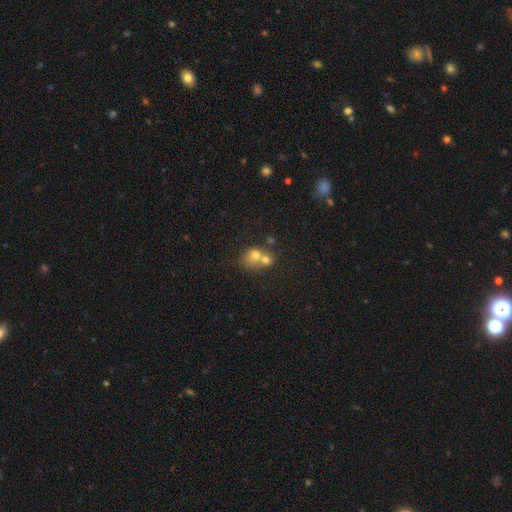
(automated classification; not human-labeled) Morphology: type=smooth (67%); roundness=round (68%); merging=merger (63%).